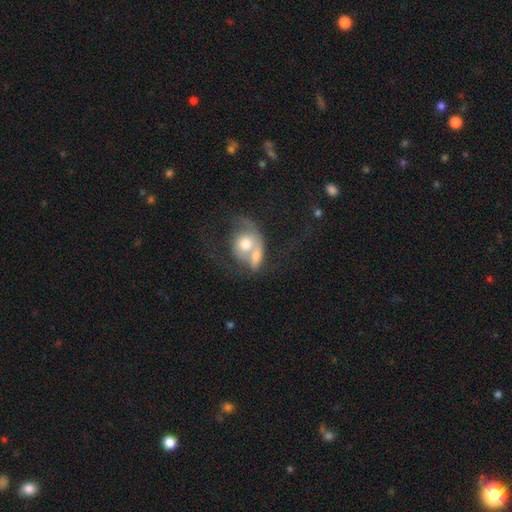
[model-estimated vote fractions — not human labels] A smooth galaxy with no disk features (55%) that is round (51%).

Vote fractions:
- Smooth or featured? smooth: 55% / featured or disk: 38% / star or artifact: 7%
- How rounded? round: 51% / in between: 46% / cigar-shaped: 3%
- Merging? merger: 69% / major disturbance: 12% / none: 12% / minor disturbance: 7%